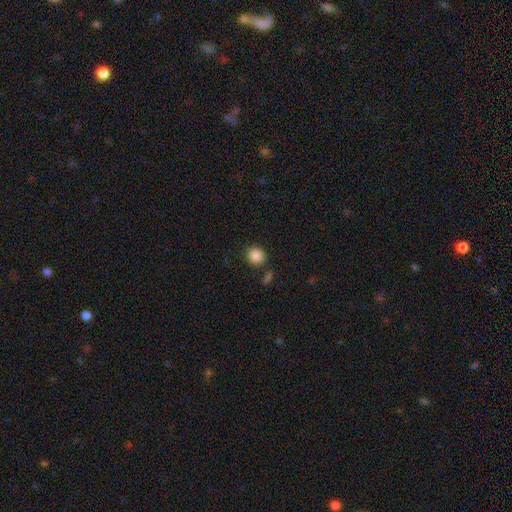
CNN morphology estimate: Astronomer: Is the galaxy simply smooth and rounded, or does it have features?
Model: smooth — 87%.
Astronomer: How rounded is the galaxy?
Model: round — 91%.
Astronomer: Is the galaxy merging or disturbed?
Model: none — 83%.